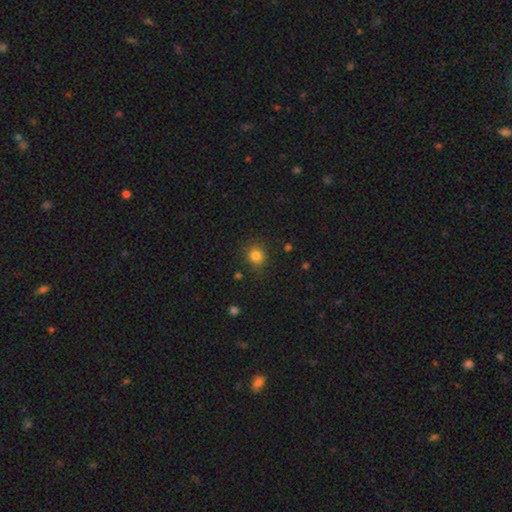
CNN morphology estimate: Smooth or featured? Predicted: smooth (p=0.82). How rounded? Predicted: round (p=0.86). Merging? Predicted: none (p=0.84).